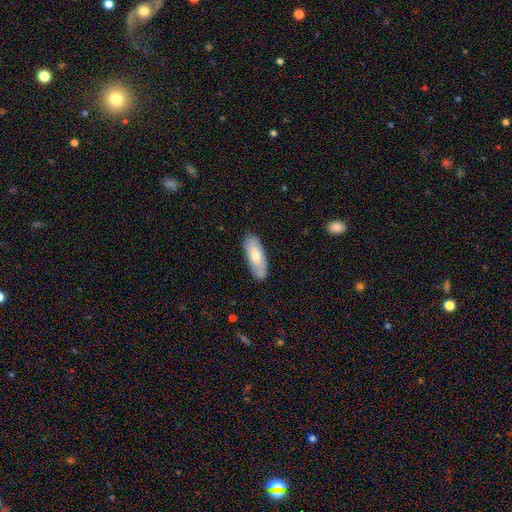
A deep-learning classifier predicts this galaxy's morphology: This is likely a smooth galaxy (73%). How rounded: likely in between (73%). Merging: clearly none (85%).